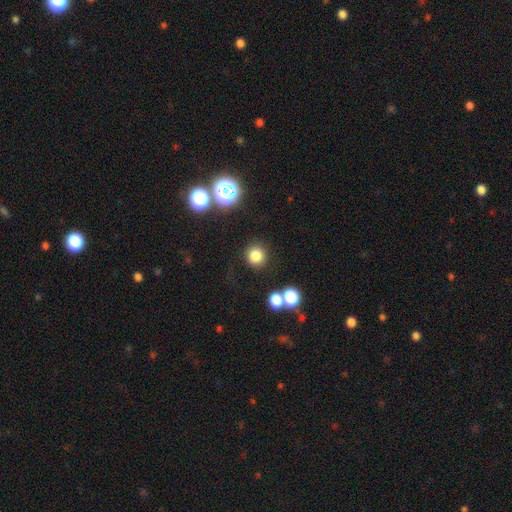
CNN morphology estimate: smooth_or_featured: smooth (p=0.80) [alt: star or artifact p=0.14]
how_rounded: round (p=0.92) [alt: in between p=0.07]
merging: none (p=0.85) [alt: minor disturbance p=0.08]